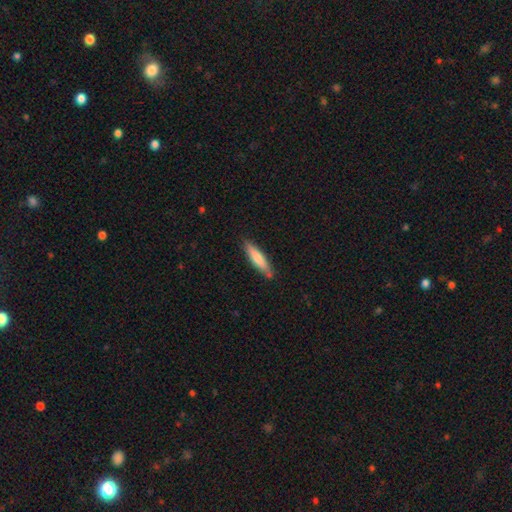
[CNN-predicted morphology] The model was most divided on "smooth or featured": smooth: 69%, featured or disk: 25%, star or artifact: 6%. More confident: merging — none (85%); how rounded — cigar-shaped (83%).